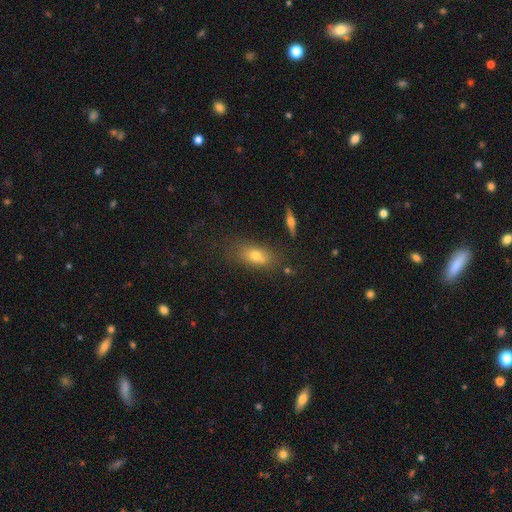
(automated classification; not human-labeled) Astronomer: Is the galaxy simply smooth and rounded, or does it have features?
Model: smooth — 69%.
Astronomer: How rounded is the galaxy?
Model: in between — 77%.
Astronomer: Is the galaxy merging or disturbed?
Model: none — 67%.